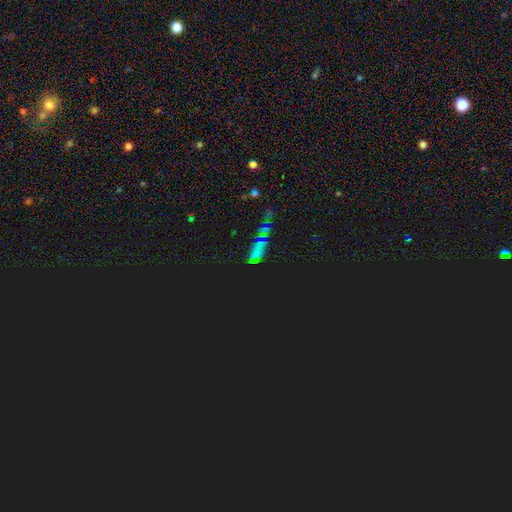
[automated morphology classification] Smooth or featured?
  - star or artifact: 66% *
  - smooth: 21%
  - featured or disk: 13%